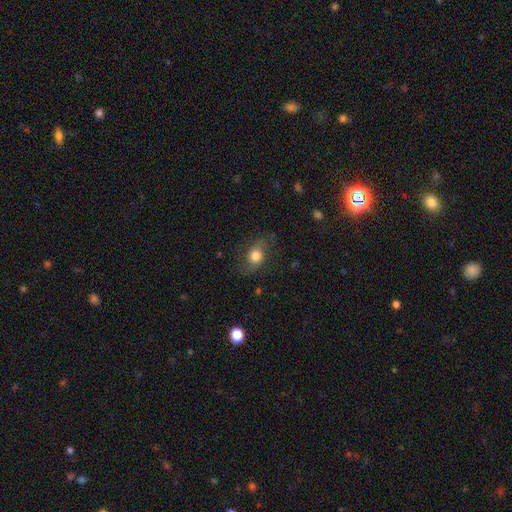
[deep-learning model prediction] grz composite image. It shows a smooth galaxy with no disk features (64%) that is in between round and cigar-shaped (53%). Merging: none (71%).